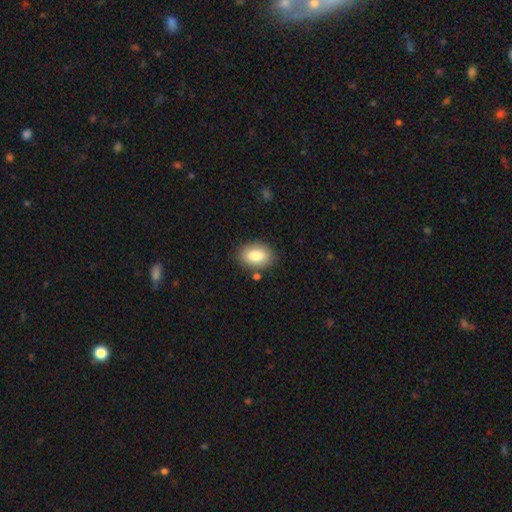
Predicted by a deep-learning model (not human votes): The model was most divided on "how rounded": in between: 82%, round: 17%, cigar-shaped: 1%. More confident: merging — none (83%); smooth or featured — smooth (82%).